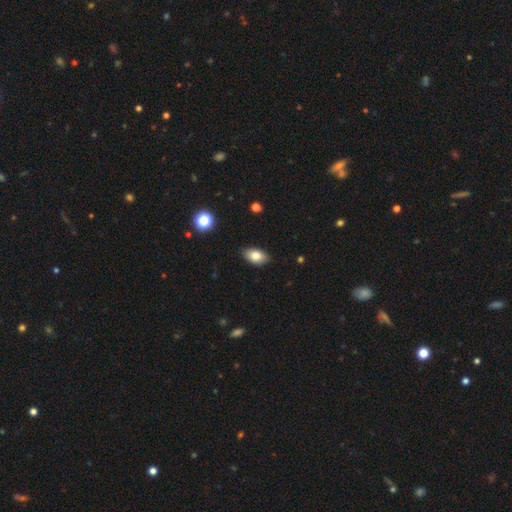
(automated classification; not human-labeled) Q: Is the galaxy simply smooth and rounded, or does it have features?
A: smooth — 80%.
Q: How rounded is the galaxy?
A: in between — 91%.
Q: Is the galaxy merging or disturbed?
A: none — 87%.